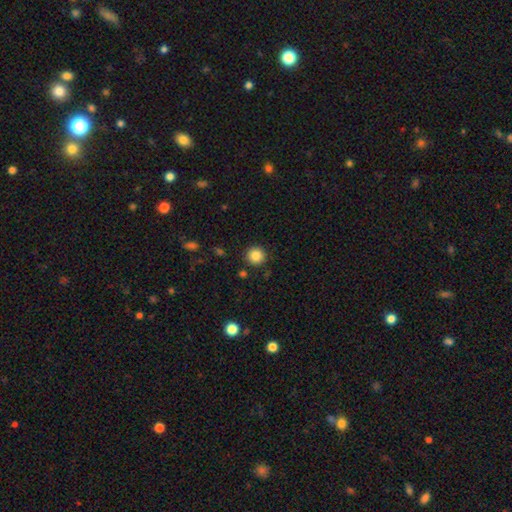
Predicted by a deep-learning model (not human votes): This is clearly a smooth galaxy (86%). How rounded: clearly round (94%). Merging: clearly none (90%).